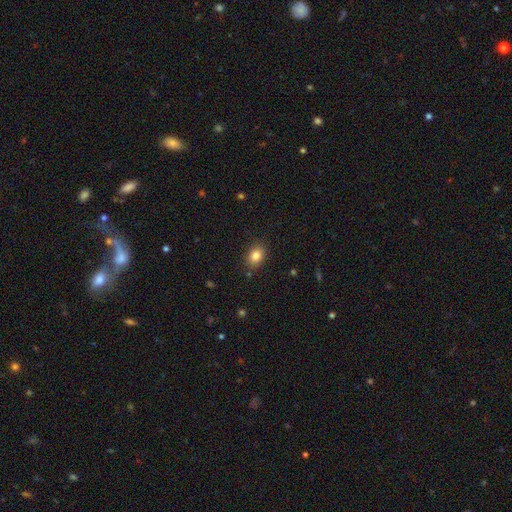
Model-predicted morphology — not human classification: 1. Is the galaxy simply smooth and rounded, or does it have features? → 84% smooth, 10% star or artifact, 7% featured or disk.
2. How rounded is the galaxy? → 71% in between, 28% round, 1% cigar-shaped.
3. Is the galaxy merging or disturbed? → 86% none, 10% minor disturbance, 3% major disturbance, 2% merger.